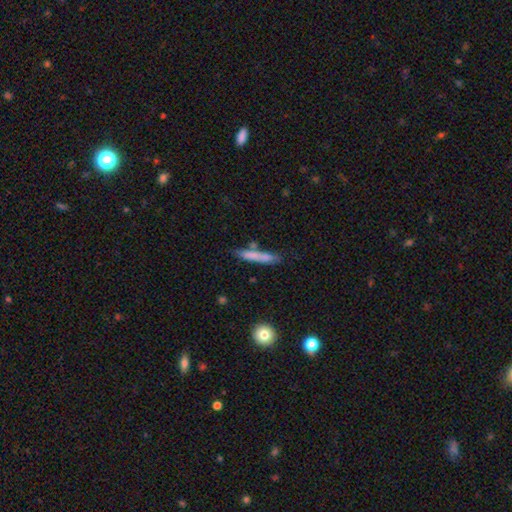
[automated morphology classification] Smooth or featured: smooth — 70% (featured or disk — 23%)
How rounded: cigar-shaped — 93% (in between — 6%)
Merging: none — 73% (minor disturbance — 15%)